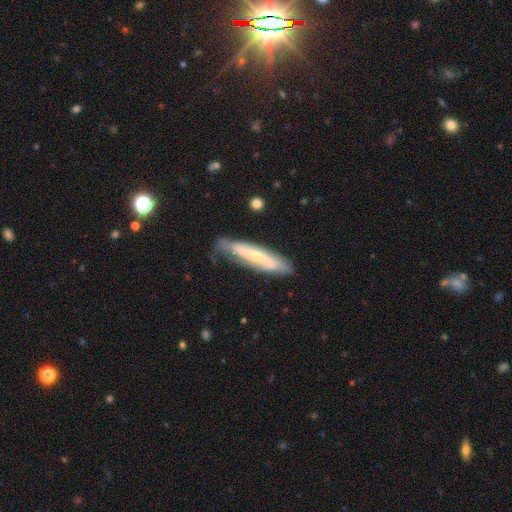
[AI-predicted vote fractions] Q: Smooth or featured?
A: featured or disk (57%); runner-up: smooth (36%)
Q: Edge-on disk?
A: yes (60%); runner-up: no (40%)
Q: Merging?
A: none (71%); runner-up: minor disturbance (22%)